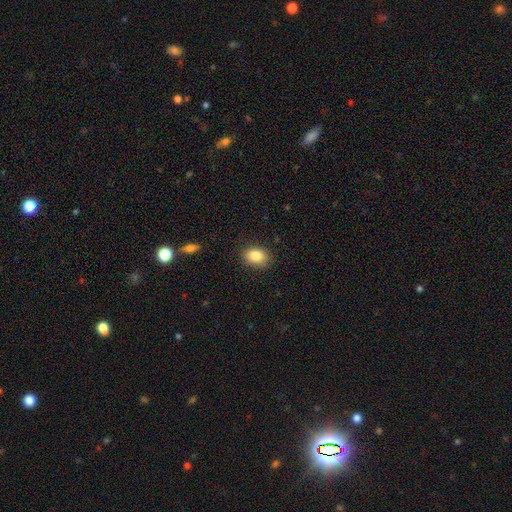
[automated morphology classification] Overall: smooth (84%). How rounded: in between (74%). Merging: none (87%).